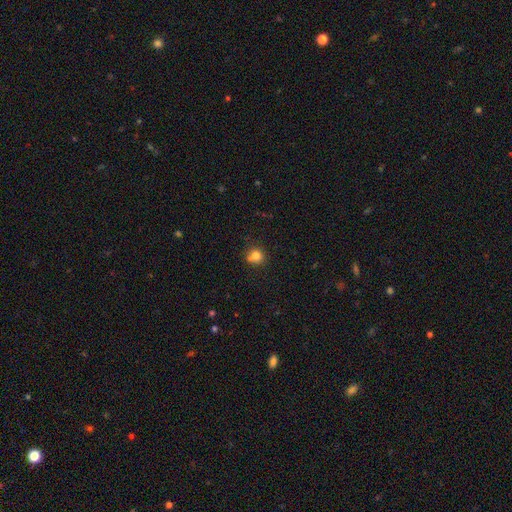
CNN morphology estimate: smooth-or-featured: smooth: 79% | star or artifact: 12% | featured or disk: 9%
  how-rounded: round: 83% | in between: 16% | cigar-shaped: 1%
  merging: none: 60% | merger: 20% | minor disturbance: 15% | major disturbance: 5%